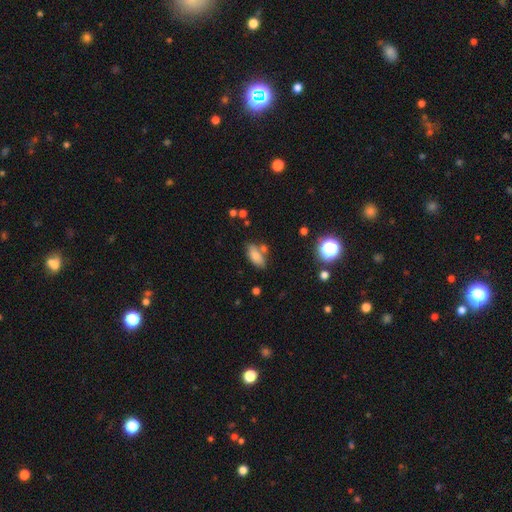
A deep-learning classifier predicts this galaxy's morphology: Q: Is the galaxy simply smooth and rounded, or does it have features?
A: smooth — 78%.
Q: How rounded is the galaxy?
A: in between — 84%.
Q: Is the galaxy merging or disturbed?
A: none — 65%.